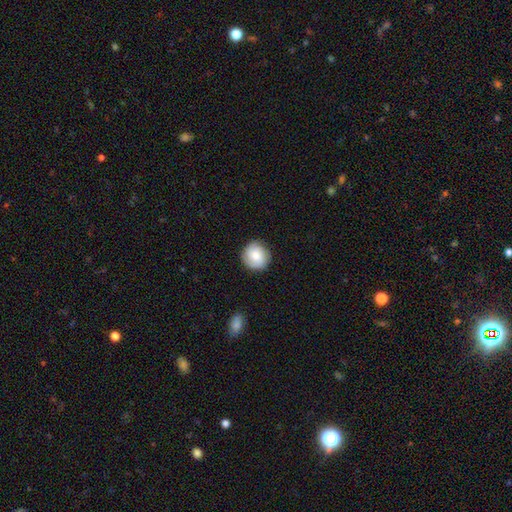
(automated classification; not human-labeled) smooth-or-featured: smooth: 61% | featured or disk: 32% | star or artifact: 7%
  how-rounded: round: 90% | in between: 9% | cigar-shaped: 1%
  merging: none: 85% | minor disturbance: 11% | major disturbance: 3% | merger: 1%